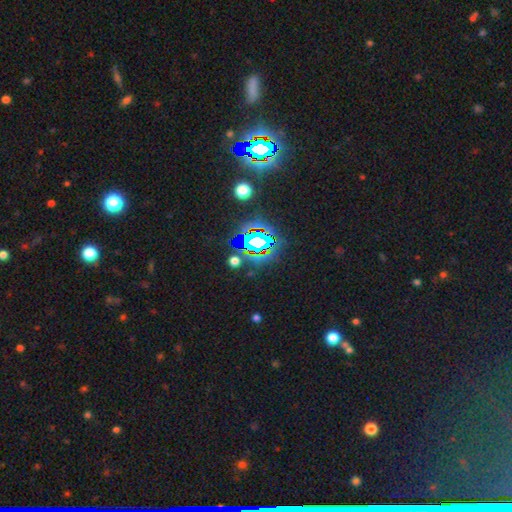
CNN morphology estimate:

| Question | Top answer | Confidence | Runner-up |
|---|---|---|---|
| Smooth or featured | star or artifact | 80% | smooth (12%) |